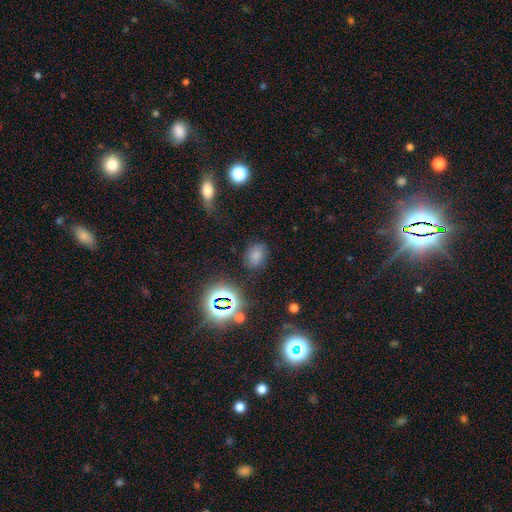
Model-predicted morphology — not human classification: The model was most divided on "how rounded": in between: 67%, round: 31%, cigar-shaped: 1%. More confident: merging — none (77%); smooth or featured — smooth (70%).